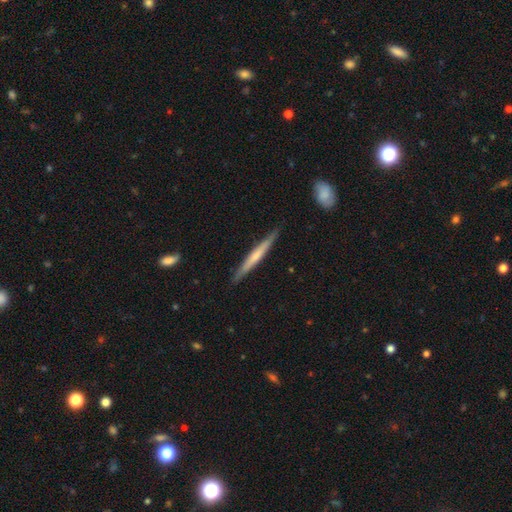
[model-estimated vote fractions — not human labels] Smooth or featured: featured or disk — 52% (smooth — 43%)
Edge-on disk: yes — 97% (no — 3%)
Merging: none — 89% (minor disturbance — 8%)